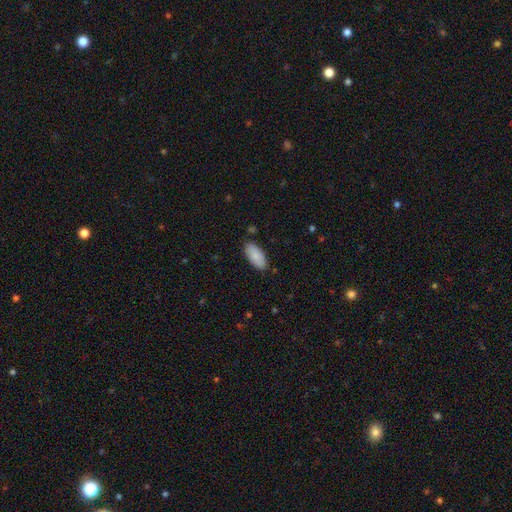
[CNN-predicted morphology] The model was most divided on "merging": none: 84%, minor disturbance: 12%, major disturbance: 2%, merger: 1%. More confident: how rounded — in between (92%); smooth or featured — smooth (87%).